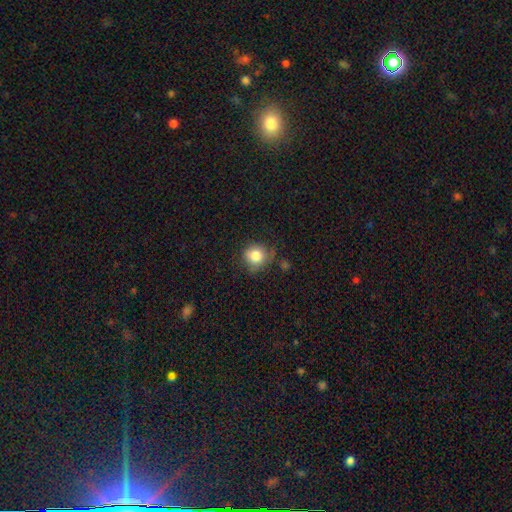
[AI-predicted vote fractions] Smooth or featured: smooth — 83% (star or artifact — 10%)
How rounded: round — 86% (in between — 13%)
Merging: none — 68% (minor disturbance — 22%)